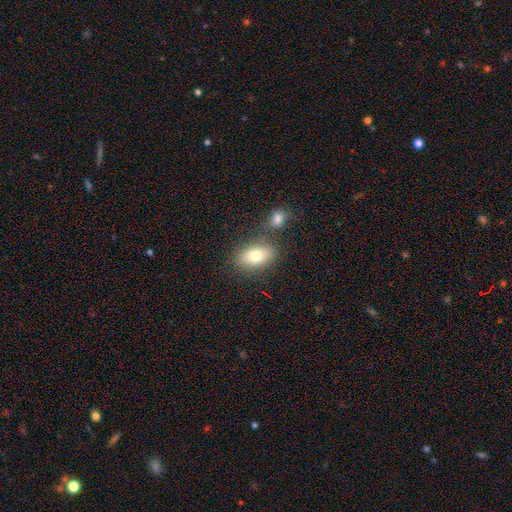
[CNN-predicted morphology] Smooth or featured?
  - smooth: 78% *
  - featured or disk: 14%
  - star or artifact: 8%
How rounded?
  - in between: 88% *
  - round: 8%
  - cigar-shaped: 3%
Merging?
  - none: 69% *
  - merger: 16%
  - minor disturbance: 11%
  - major disturbance: 4%